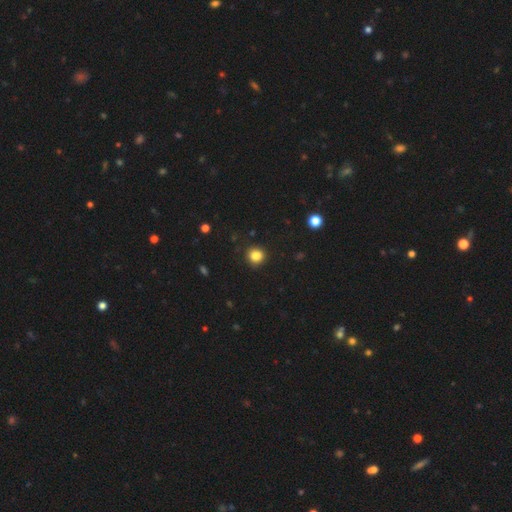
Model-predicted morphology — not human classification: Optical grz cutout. It shows a smooth galaxy with no disk features (84%) that is round (87%). Merging: none (89%).